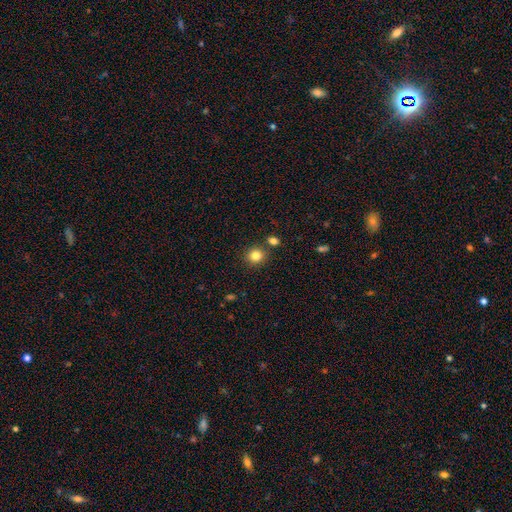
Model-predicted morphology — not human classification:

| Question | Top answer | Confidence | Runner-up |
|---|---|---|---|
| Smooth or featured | smooth | 83% | star or artifact (11%) |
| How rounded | round | 87% | in between (12%) |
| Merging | none | 82% | merger (8%) |